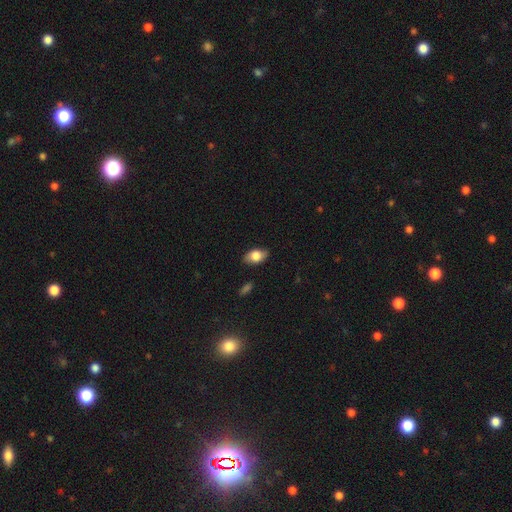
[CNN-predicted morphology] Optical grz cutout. It shows a smooth galaxy with no disk features (78%) that is in between round and cigar-shaped (88%). Merging: none (81%).